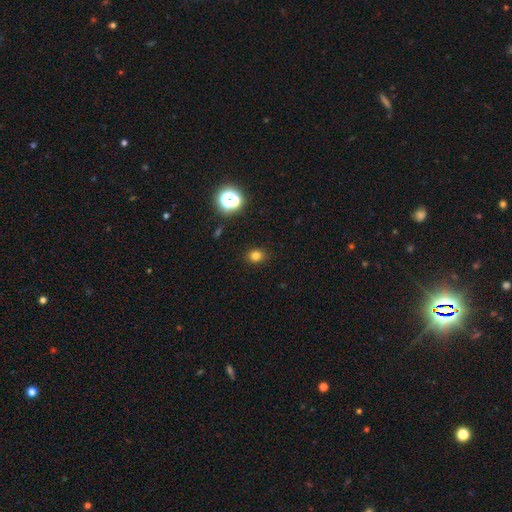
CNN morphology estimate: smooth-or-featured: smooth: 78% | star or artifact: 17% | featured or disk: 5%
  how-rounded: round: 73% | in between: 26% | cigar-shaped: 1%
  merging: none: 89% | minor disturbance: 7% | major disturbance: 2% | merger: 1%